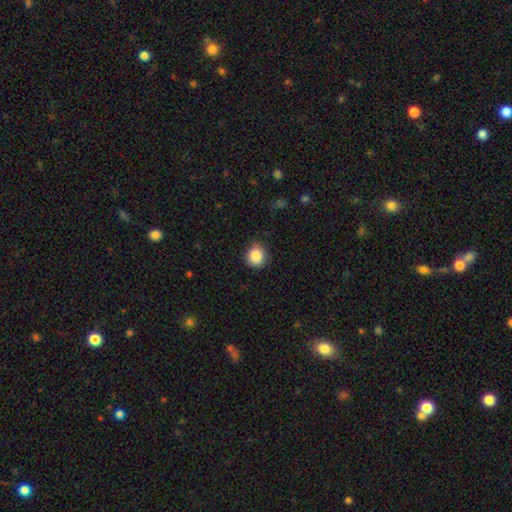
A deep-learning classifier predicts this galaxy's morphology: The model was most divided on "how rounded": round: 83%, in between: 16%, cigar-shaped: 1%. More confident: smooth or featured — smooth (87%); merging — none (82%).